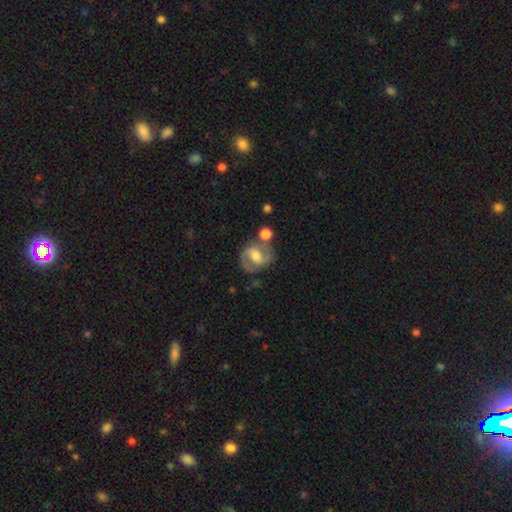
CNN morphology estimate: type=featured or disk (74%); edge-on=no (97%); bar=weak (47%); spiral arms=yes (89%); winding=medium (54%); arm count=2 (85%); bulge=moderate (60%); merging=none (59%).